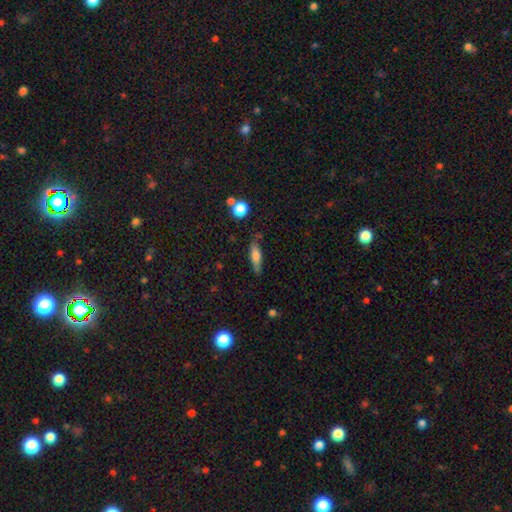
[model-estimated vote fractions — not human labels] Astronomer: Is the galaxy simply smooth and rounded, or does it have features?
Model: smooth — 67%.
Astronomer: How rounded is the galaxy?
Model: cigar-shaped — 57% (runner-up: in between, 40%).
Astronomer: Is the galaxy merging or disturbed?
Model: none — 72%.